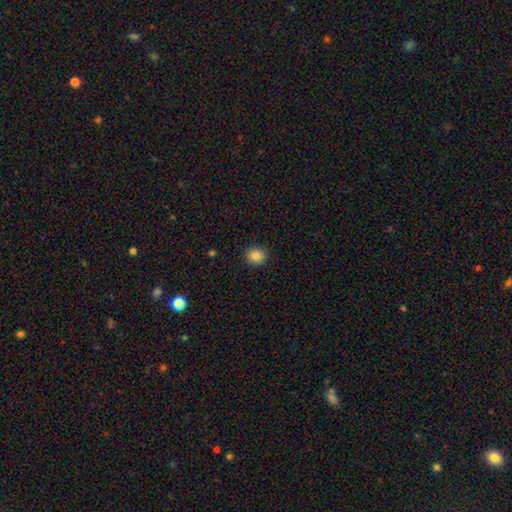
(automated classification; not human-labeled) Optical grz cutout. It shows a smooth galaxy with no disk features (84%) that is round (82%). Merging: none (90%).